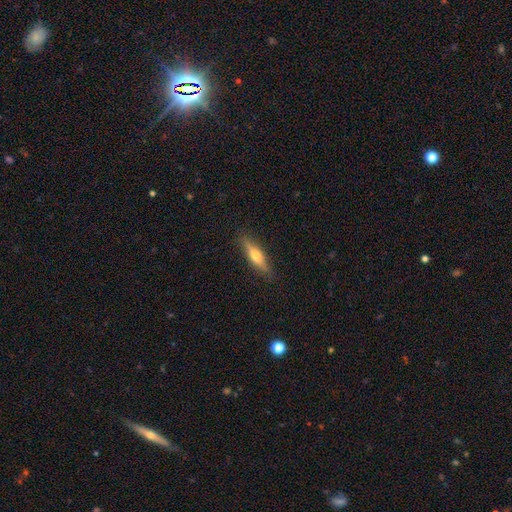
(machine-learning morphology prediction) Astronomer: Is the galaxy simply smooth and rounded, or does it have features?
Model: featured or disk — 51% (runner-up: smooth, 43%).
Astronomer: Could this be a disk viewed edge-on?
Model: yes — 92%.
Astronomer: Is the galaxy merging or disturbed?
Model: none — 87%.